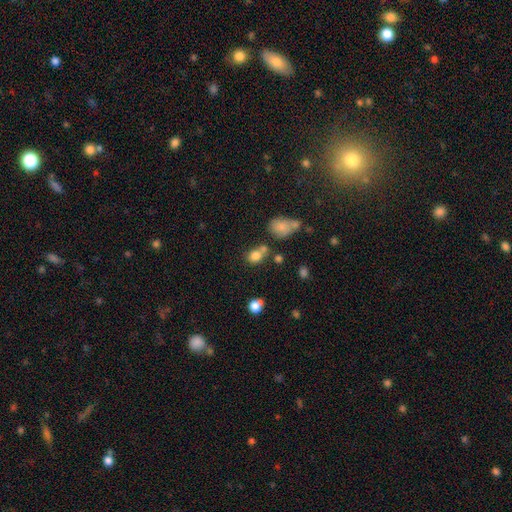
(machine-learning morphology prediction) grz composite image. It shows a smooth galaxy with no disk features (78%) that is round (57%). Merging: none (49%).